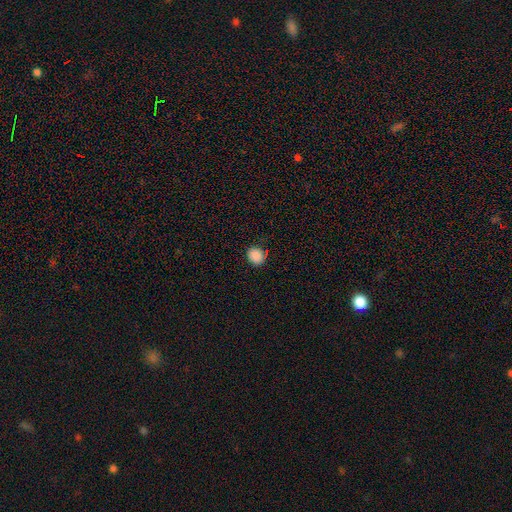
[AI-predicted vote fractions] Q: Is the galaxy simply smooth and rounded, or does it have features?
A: smooth — 87%.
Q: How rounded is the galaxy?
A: round — 76%.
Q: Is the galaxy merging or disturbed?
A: none — 85%.